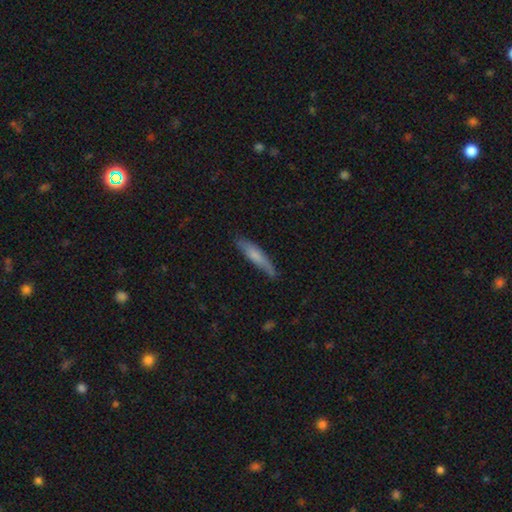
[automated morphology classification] smooth_or_featured: smooth (p=0.66) [alt: featured or disk p=0.28]
how_rounded: cigar-shaped (p=0.86) [alt: in between p=0.12]
merging: none (p=0.75) [alt: minor disturbance p=0.20]